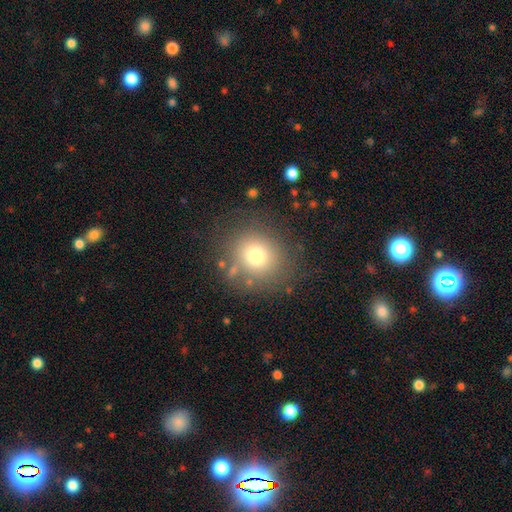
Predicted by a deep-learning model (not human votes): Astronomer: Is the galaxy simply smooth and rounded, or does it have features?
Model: smooth — 73%.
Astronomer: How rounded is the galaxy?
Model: round — 83%.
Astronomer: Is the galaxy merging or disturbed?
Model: none — 79%.